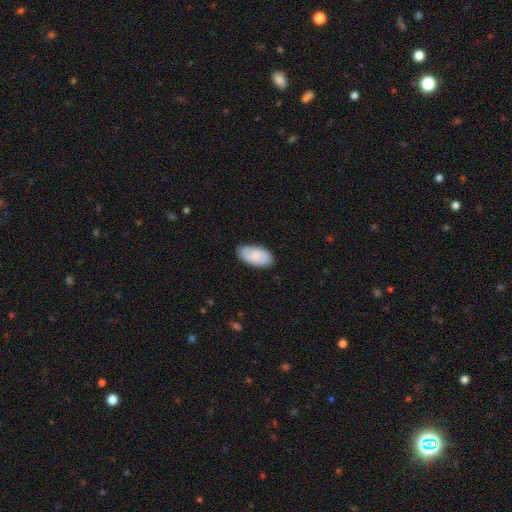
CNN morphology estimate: type=smooth (81%); roundness=in between (95%); merging=none (81%).